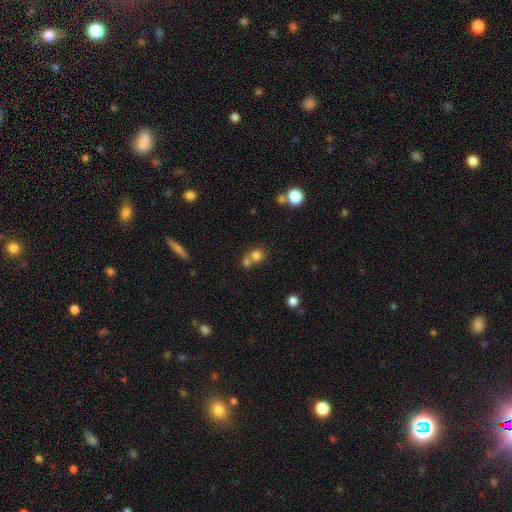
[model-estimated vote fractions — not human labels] smooth_or_featured: smooth (p=0.77) [alt: star or artifact p=0.14]
how_rounded: round (p=0.82) [alt: in between p=0.17]
merging: merger (p=0.46) [alt: none p=0.44]